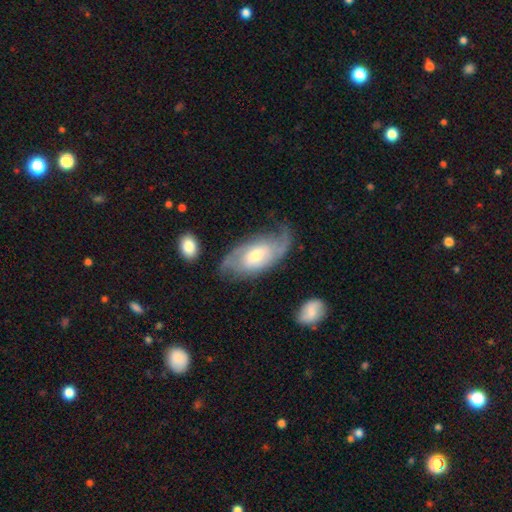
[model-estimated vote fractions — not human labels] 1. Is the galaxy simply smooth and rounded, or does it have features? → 73% featured or disk, 21% smooth, 6% star or artifact.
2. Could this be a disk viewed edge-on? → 92% no, 8% yes.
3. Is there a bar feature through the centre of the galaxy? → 49% no, 42% weak, 10% strong.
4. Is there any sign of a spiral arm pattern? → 89% yes, 11% no.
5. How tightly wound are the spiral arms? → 42% medium, 32% tight, 27% loose.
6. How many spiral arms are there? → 62% 2, 23% can't tell, 7% 1, 5% 3, 2% 4, 2% more than 4.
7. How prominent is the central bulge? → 62% moderate, 25% small, 10% large, 2% none, 1% dominant.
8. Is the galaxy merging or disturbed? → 58% none, 24% minor disturbance, 15% major disturbance, 3% merger.